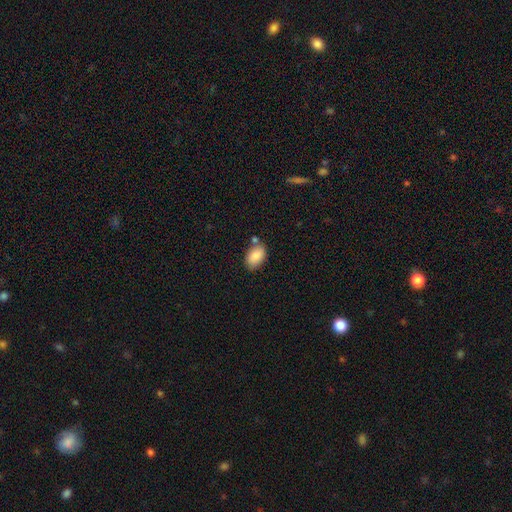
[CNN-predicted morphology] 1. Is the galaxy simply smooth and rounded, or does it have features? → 86% smooth, 7% featured or disk, 7% star or artifact.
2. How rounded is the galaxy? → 90% in between, 9% round, 1% cigar-shaped.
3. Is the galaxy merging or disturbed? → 71% none, 15% minor disturbance, 10% merger, 3% major disturbance.